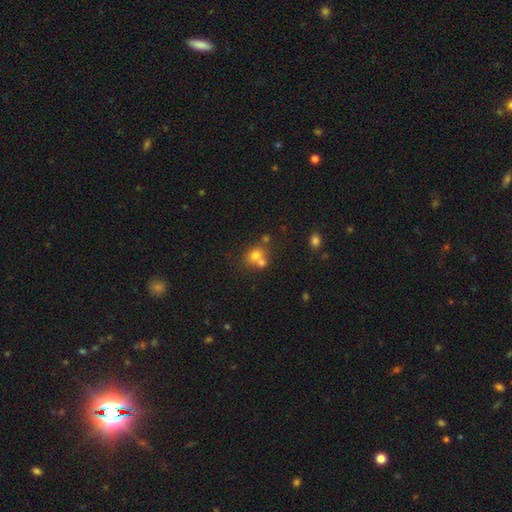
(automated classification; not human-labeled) smooth-or-featured: smooth: 71% | featured or disk: 15% | star or artifact: 14%
  how-rounded: round: 68% | in between: 31% | cigar-shaped: 1%
  merging: merger: 44% | none: 43% | minor disturbance: 9% | major disturbance: 4%